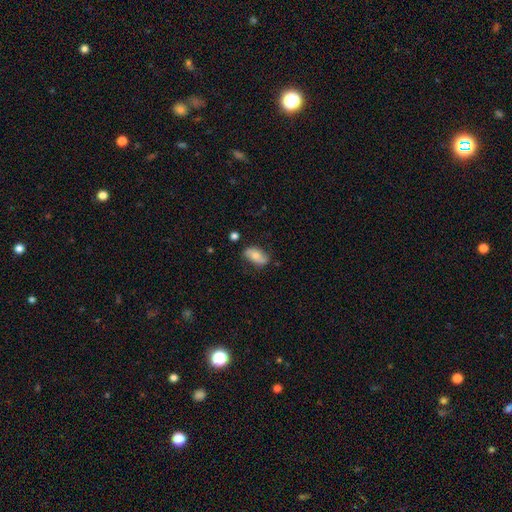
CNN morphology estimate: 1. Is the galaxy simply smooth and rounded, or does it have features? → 59% smooth, 34% featured or disk, 7% star or artifact.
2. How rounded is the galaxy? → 90% in between, 5% round, 5% cigar-shaped.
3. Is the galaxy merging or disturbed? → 74% none, 20% minor disturbance, 4% major disturbance, 2% merger.